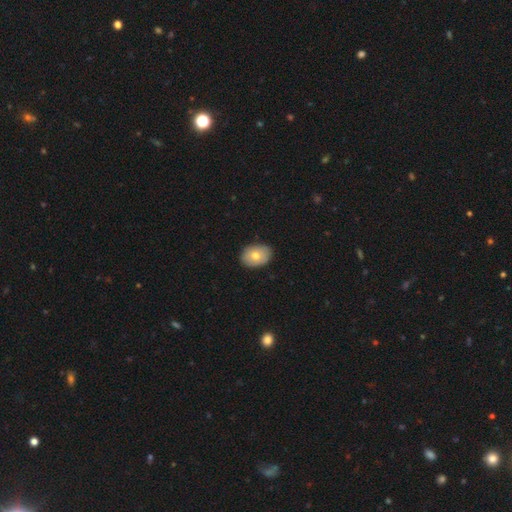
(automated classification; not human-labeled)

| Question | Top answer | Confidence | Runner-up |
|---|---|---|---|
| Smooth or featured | smooth | 73% | featured or disk (19%) |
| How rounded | in between | 79% | round (20%) |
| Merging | none | 88% | minor disturbance (9%) |